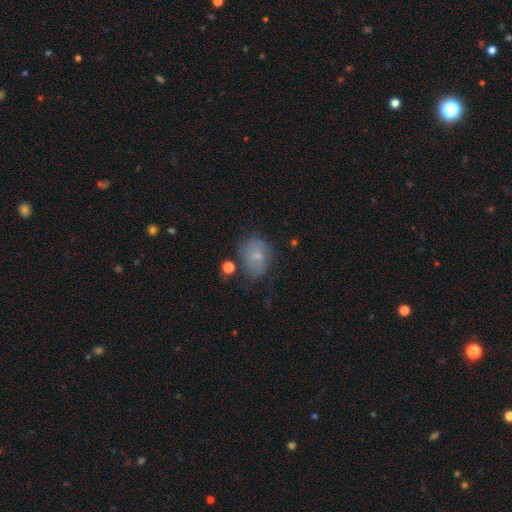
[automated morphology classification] This appears to be a smooth galaxy with no disk features (67%) that is in between round and cigar-shaped (53%). Merging: none (53%).